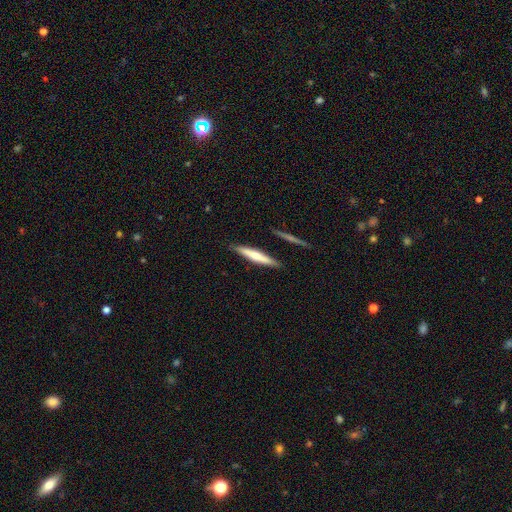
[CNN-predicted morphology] smooth_or_featured: smooth (p=0.55) [alt: featured or disk p=0.39]
how_rounded: cigar-shaped (p=0.90) [alt: in between p=0.09]
merging: none (p=0.85) [alt: minor disturbance p=0.10]